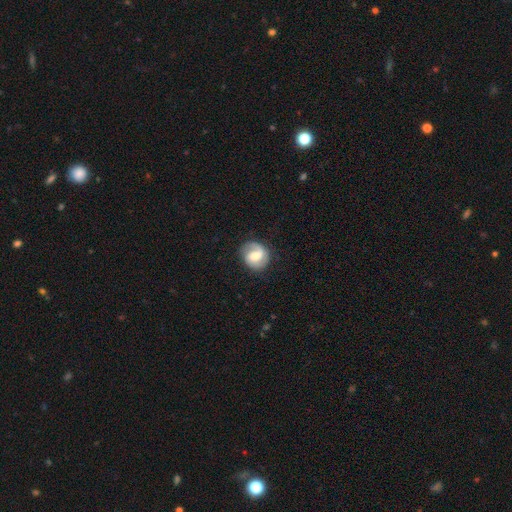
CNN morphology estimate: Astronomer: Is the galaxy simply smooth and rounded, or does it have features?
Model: featured or disk — 60%.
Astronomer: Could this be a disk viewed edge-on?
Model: no — 98%.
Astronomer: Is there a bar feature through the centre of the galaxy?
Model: weak — 51% (runner-up: no, 30%).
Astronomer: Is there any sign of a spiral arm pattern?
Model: yes — 90%.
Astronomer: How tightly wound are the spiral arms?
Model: medium — 43% (runner-up: tight, 32%).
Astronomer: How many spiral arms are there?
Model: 2 — 73%.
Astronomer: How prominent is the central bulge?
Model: moderate — 45% (runner-up: small, 25%).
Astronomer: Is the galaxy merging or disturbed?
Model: none — 77%.